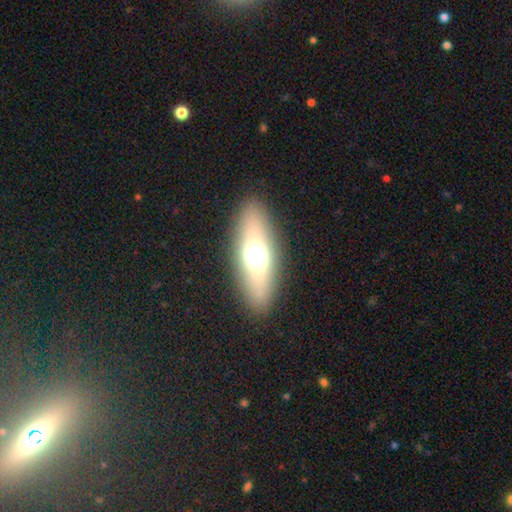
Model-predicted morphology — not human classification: Smooth or featured? Predicted: smooth (p=0.53). How rounded? Predicted: in between (p=0.64). Merging? Predicted: none (p=0.88).